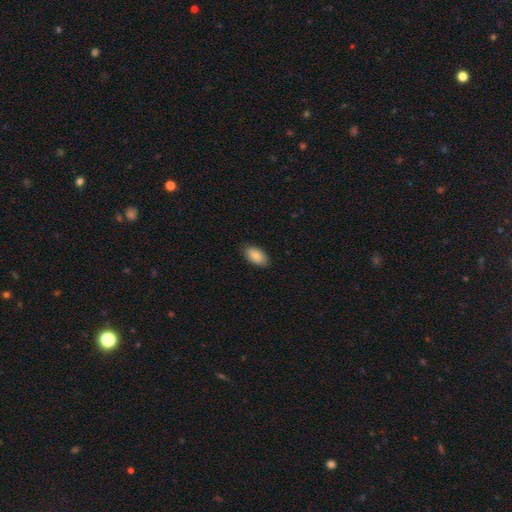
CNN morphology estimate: Overall: smooth (86%). How rounded: in between (94%). Merging: none (86%).